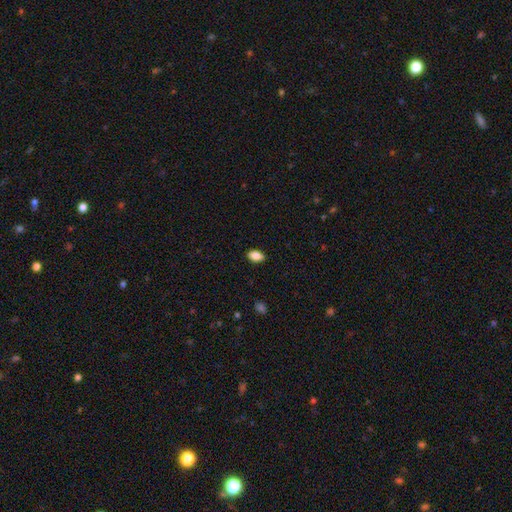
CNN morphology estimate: Overall: smooth (87%). How rounded: in between (91%). Merging: none (88%).